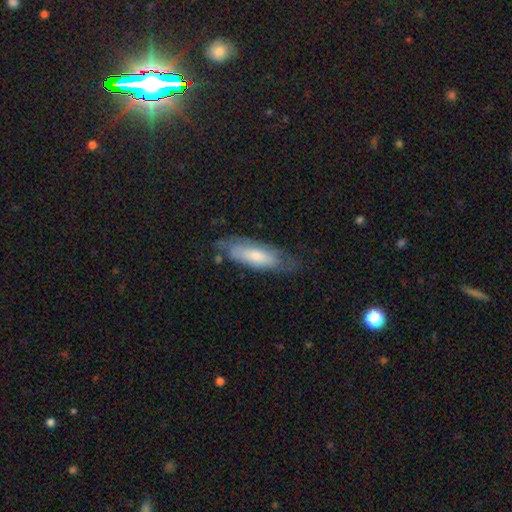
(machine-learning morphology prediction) Smooth or featured?
  - smooth: 53% *
  - featured or disk: 40%
  - star or artifact: 6%
How rounded?
  - in between: 59% *
  - cigar-shaped: 39%
  - round: 2%
Merging?
  - none: 63% *
  - minor disturbance: 25%
  - major disturbance: 10%
  - merger: 2%